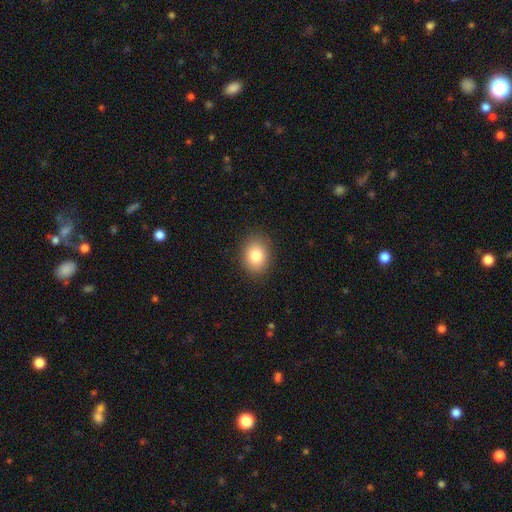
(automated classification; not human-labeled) This appears to be a smooth galaxy with no disk features (82%) that is in between round and cigar-shaped (58%). Merging: none (88%).